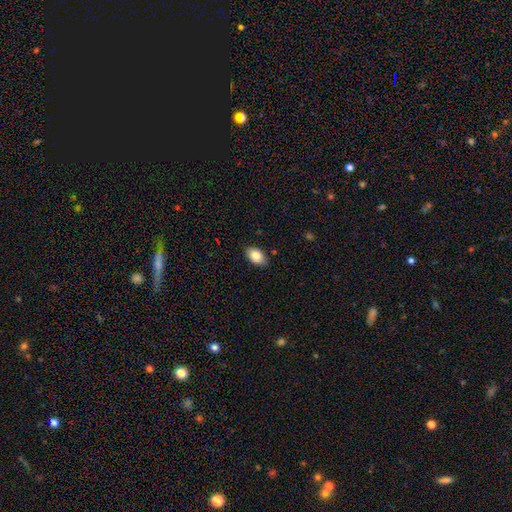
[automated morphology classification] Smooth or featured? Predicted: smooth (p=0.84). How rounded? Predicted: in between (p=0.88). Merging? Predicted: none (p=0.85).